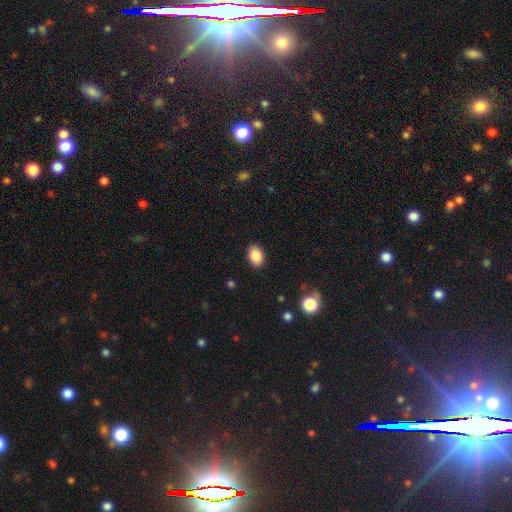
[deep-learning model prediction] This appears to be a smooth galaxy with no disk features (88%) that is in between round and cigar-shaped (85%). Merging: none (88%).